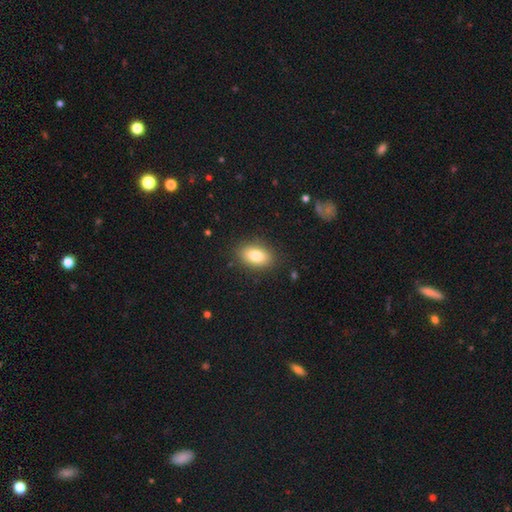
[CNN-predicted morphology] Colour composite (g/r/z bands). It shows a smooth galaxy with no disk features (81%) that is in between round and cigar-shaped (87%). Merging: none (86%).